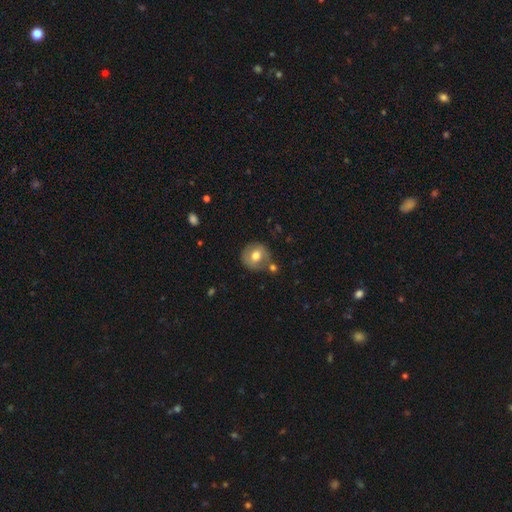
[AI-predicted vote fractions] smooth 67%, featured or disk 25%, star or artifact 8%. Down the decision tree: how rounded — round (85%); merging — none (69%).